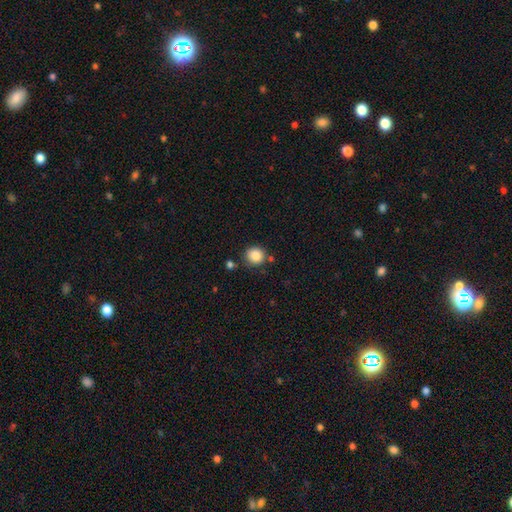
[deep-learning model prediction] smooth-or-featured: smooth: 85% | star or artifact: 10% | featured or disk: 5%
  how-rounded: round: 89% | in between: 10% | cigar-shaped: 1%
  merging: none: 79% | minor disturbance: 11% | merger: 7% | major disturbance: 3%